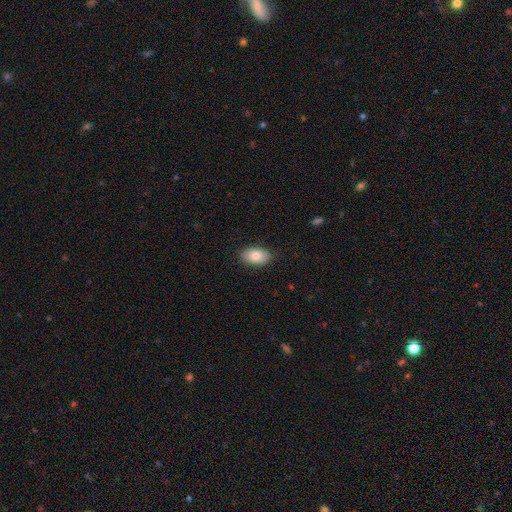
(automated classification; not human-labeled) Overall: smooth (83%). How rounded: in between (92%). Merging: none (86%).